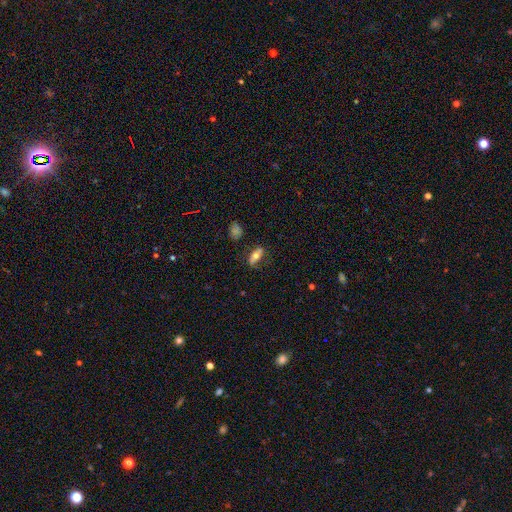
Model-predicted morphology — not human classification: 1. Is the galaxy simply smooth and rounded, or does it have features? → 61% smooth, 30% featured or disk, 9% star or artifact.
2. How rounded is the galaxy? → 75% in between, 20% cigar-shaped, 5% round.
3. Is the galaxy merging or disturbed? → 73% none, 18% minor disturbance, 6% major disturbance, 3% merger.